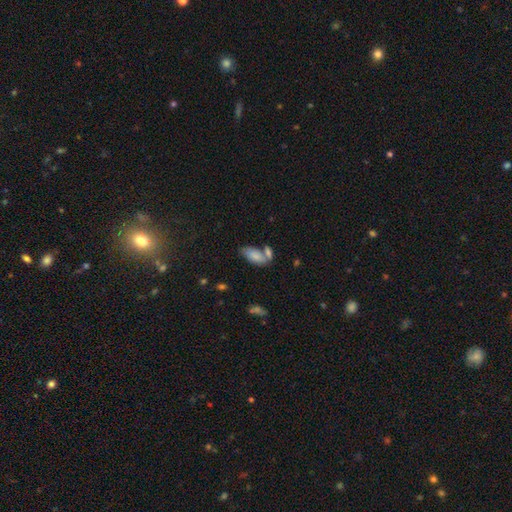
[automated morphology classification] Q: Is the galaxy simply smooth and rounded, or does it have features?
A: smooth — 78%.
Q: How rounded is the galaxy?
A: in between — 88%.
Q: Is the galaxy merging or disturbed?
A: none — 44%.